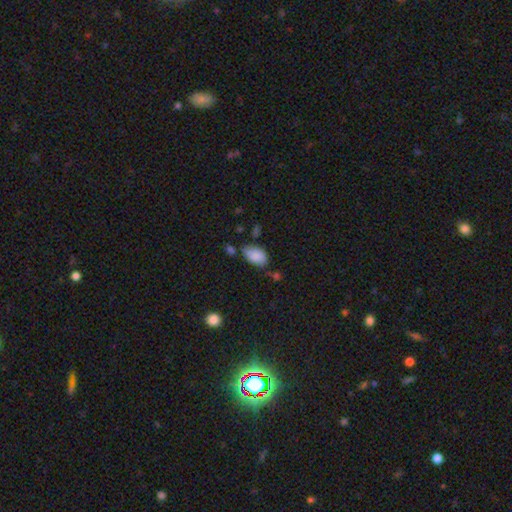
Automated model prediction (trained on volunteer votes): Smooth or featured? smooth (85%)
How rounded? in between (92%)
Merging? none (55%)